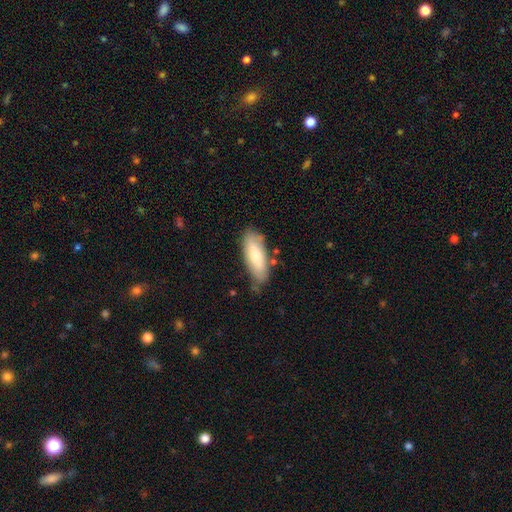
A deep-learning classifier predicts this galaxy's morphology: Q: Smooth or featured?
A: smooth (70%); runner-up: featured or disk (24%)
Q: How rounded?
A: in between (71%); runner-up: cigar-shaped (27%)
Q: Merging?
A: none (72%); runner-up: minor disturbance (20%)